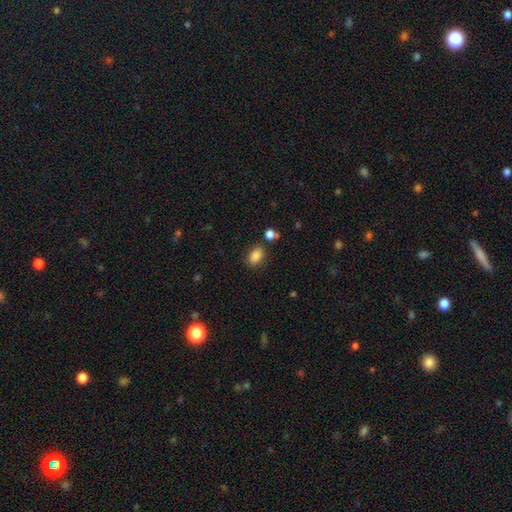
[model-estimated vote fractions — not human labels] Smooth or featured? Predicted: smooth (p=0.86). How rounded? Predicted: in between (p=0.84). Merging? Predicted: none (p=0.80).